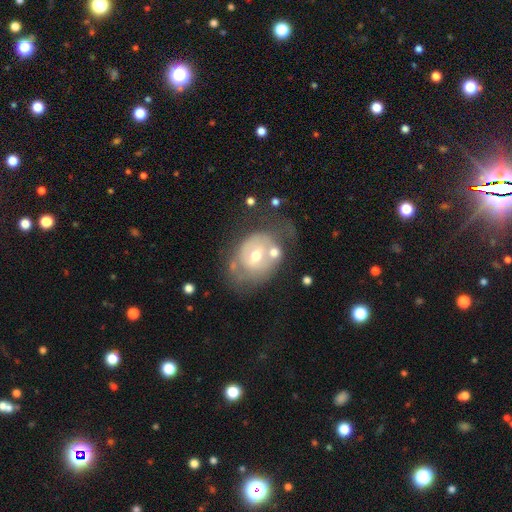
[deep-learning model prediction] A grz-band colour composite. It shows a featured or disk galaxy (60%) with no bar (63%), no spiral arms (64%) and a moderate central bulge (68%). Merging: none (43%).